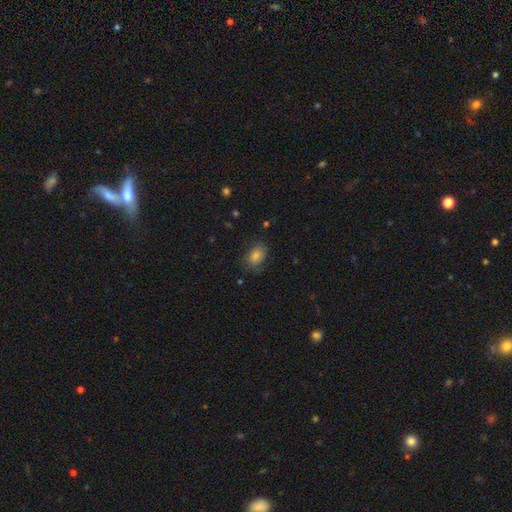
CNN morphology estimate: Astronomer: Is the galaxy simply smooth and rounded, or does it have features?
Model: smooth — 73%.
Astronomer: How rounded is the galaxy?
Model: in between — 79%.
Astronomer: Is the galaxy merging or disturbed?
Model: none — 72%.